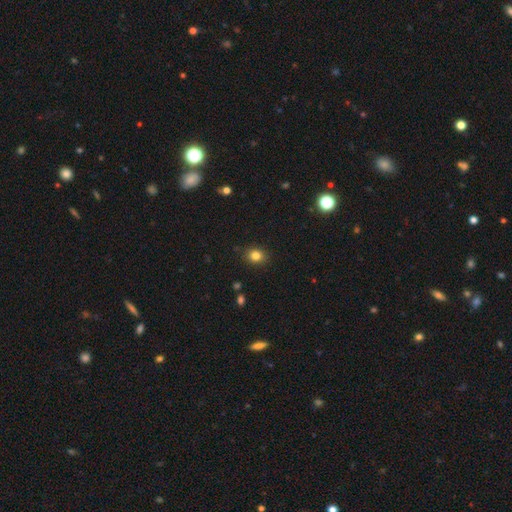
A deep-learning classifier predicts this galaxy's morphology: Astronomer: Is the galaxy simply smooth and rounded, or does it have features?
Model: smooth — 82%.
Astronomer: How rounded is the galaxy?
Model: round — 61% (runner-up: in between, 38%).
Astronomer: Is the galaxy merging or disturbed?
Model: none — 88%.